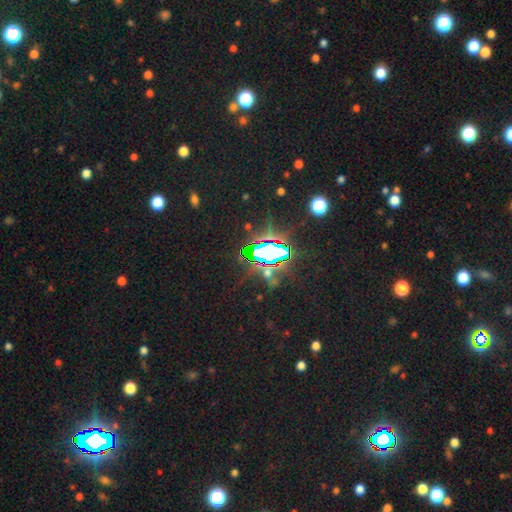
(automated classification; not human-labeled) Q: Smooth or featured?
A: star or artifact (84%); runner-up: smooth (9%)